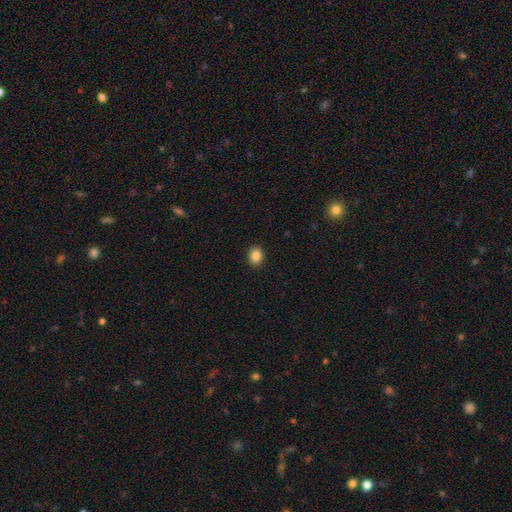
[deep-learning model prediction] A smooth galaxy with no disk features (87%) that is in between round and cigar-shaped (53%). Merging: none (91%).